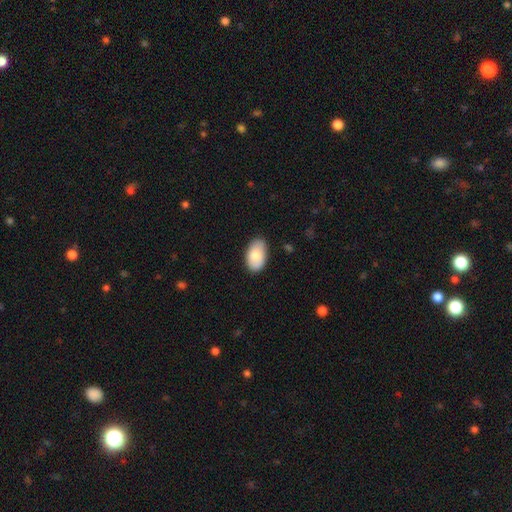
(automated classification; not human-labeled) smooth_or_featured: smooth (p=0.77) [alt: featured or disk p=0.17]
how_rounded: in between (p=0.93) [alt: round p=0.06]
merging: none (p=0.81) [alt: minor disturbance p=0.15]